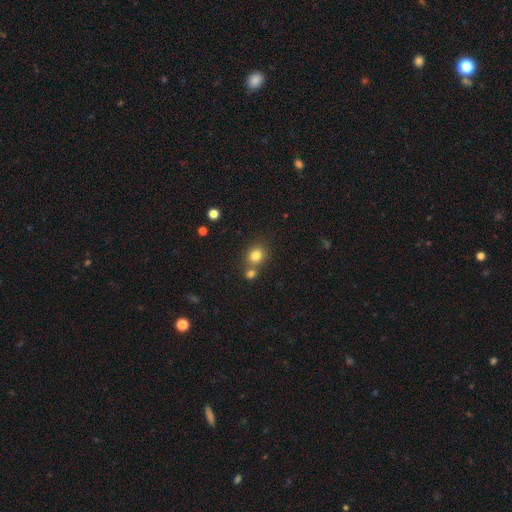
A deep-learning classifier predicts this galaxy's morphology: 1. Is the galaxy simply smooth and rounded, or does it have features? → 81% smooth, 12% star or artifact, 7% featured or disk.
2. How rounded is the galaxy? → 75% round, 24% in between, 1% cigar-shaped.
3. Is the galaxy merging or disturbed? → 58% none, 30% merger, 9% minor disturbance, 3% major disturbance.